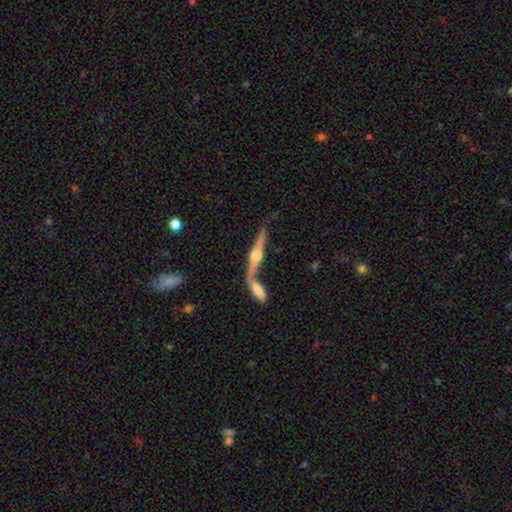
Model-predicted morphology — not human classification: smooth_or_featured: featured or disk (p=0.78) [alt: smooth p=0.15]
disk_edge_on: yes (p=0.94) [alt: no p=0.06]
edge_on_bulge: rounded (p=0.93) [alt: boxy p=0.04]
merging: none (p=0.52) [alt: merger p=0.33]